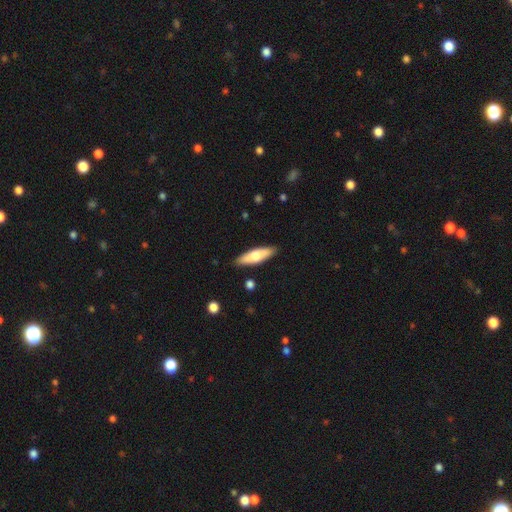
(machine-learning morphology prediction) This is likely a smooth galaxy (61%). How rounded: possibly cigar-shaped (56%). Merging: clearly none (88%).